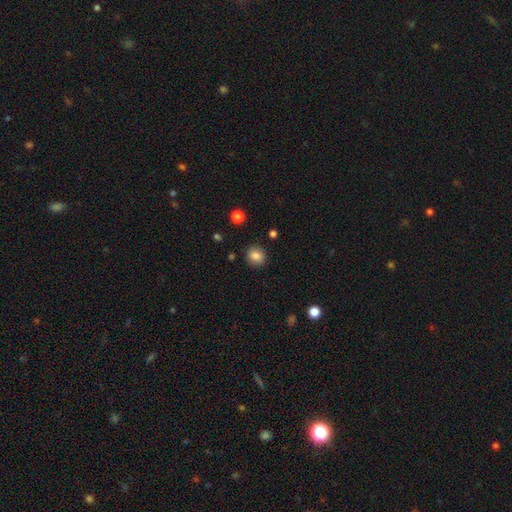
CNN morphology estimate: This appears to be a smooth galaxy with no disk features (84%) that is round (82%). Merging: none (89%).